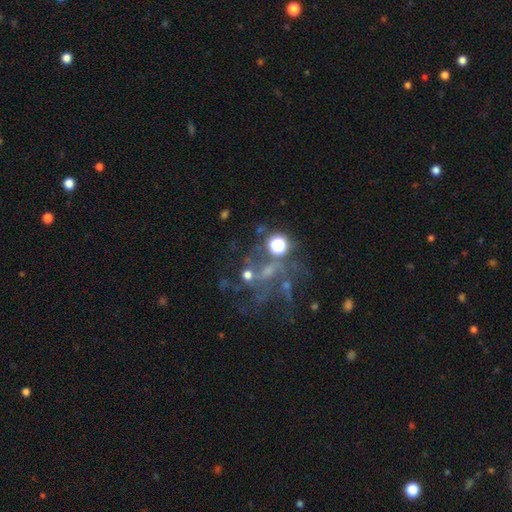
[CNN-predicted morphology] Smooth or featured?
  - star or artifact: 51% *
  - featured or disk: 34%
  - smooth: 15%